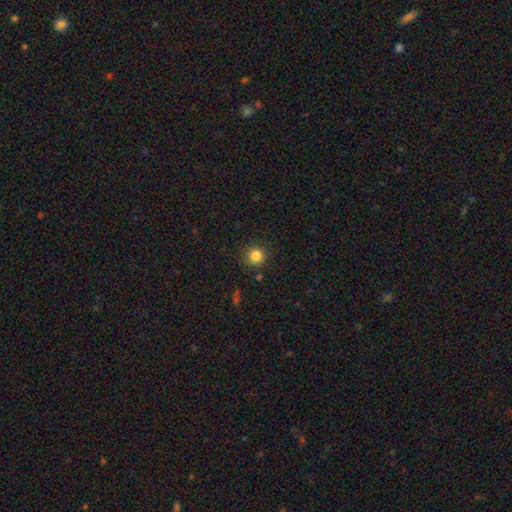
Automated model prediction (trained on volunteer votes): Smooth or featured? Predicted: smooth (p=0.83). How rounded? Predicted: round (p=0.94). Merging? Predicted: none (p=0.88).